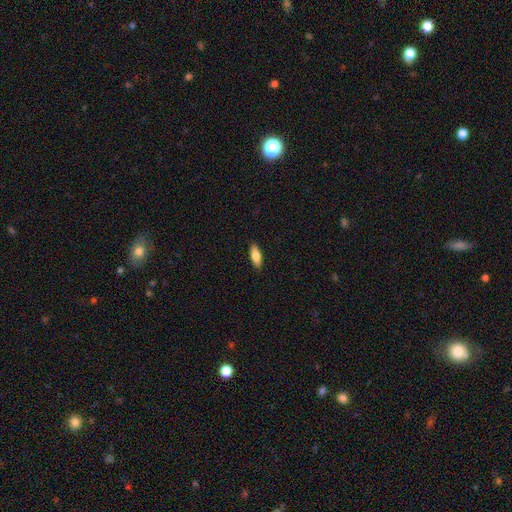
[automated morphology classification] type=smooth (82%); roundness=in between (72%); merging=none (89%).